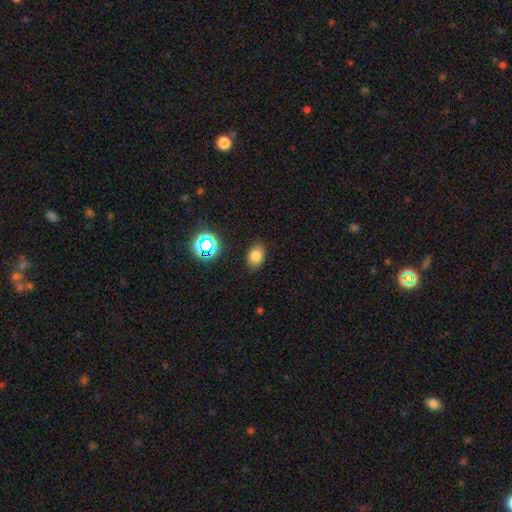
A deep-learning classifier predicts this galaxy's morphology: This appears to be a smooth galaxy with no disk features (77%) that is in between round and cigar-shaped (82%). Merging: none (86%).